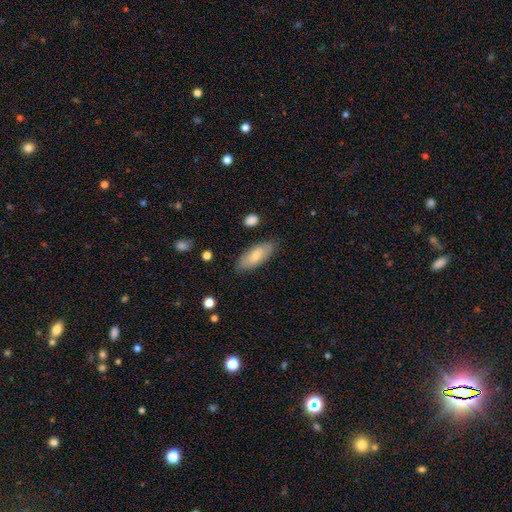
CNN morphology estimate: Overall: smooth (76%). How rounded: in between (79%). Merging: none (83%).